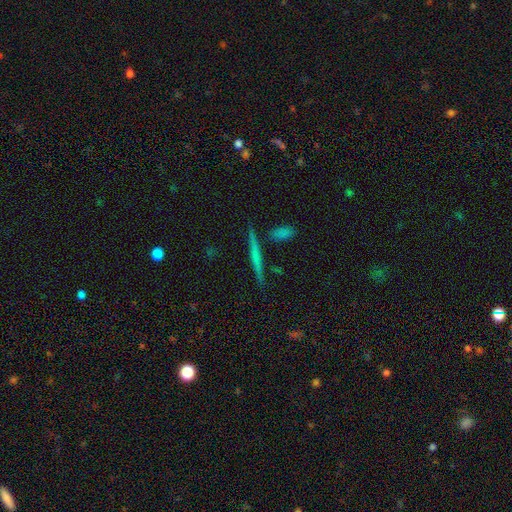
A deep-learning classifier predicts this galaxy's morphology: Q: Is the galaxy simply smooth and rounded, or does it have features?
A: featured or disk — 53%.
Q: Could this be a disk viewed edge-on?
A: yes — 97%.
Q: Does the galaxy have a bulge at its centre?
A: none — 68%.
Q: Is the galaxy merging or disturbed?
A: none — 87%.